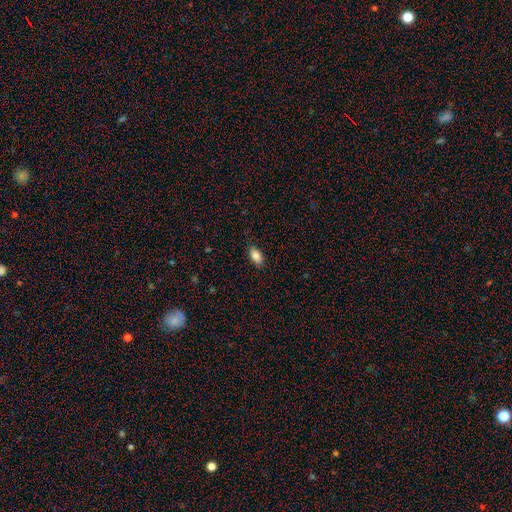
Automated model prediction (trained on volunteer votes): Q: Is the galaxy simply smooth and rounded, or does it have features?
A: smooth — 86%.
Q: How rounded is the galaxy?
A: in between — 91%.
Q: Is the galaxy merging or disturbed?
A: none — 86%.